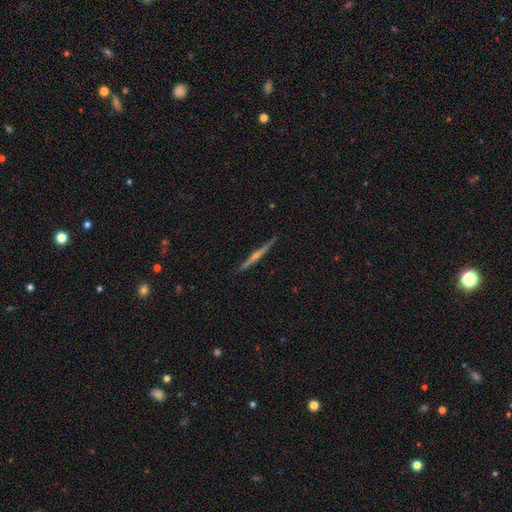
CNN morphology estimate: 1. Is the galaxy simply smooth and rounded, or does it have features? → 68% featured or disk, 22% smooth, 10% star or artifact.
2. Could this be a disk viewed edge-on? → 96% yes, 4% no.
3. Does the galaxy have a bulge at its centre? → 71% rounded, 20% none, 9% boxy.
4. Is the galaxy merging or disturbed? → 89% none, 8% minor disturbance, 2% major disturbance, 2% merger.